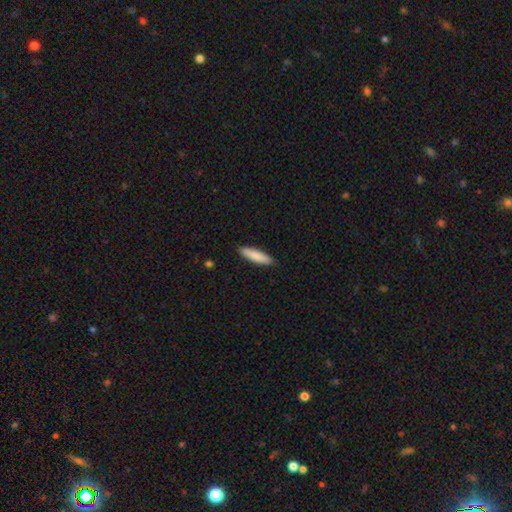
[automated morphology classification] Smooth or featured? Predicted: smooth (p=0.86). How rounded? Predicted: cigar-shaped (p=0.70). Merging? Predicted: none (p=0.89).